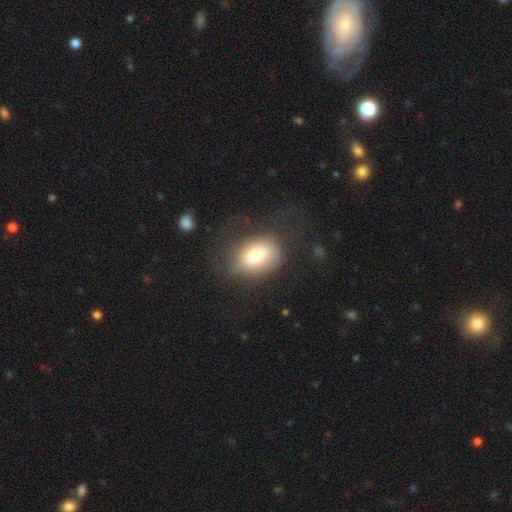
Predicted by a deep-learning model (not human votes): This appears to be a smooth galaxy with no disk features (73%) that is in between round and cigar-shaped (81%). Merging: none (56%).